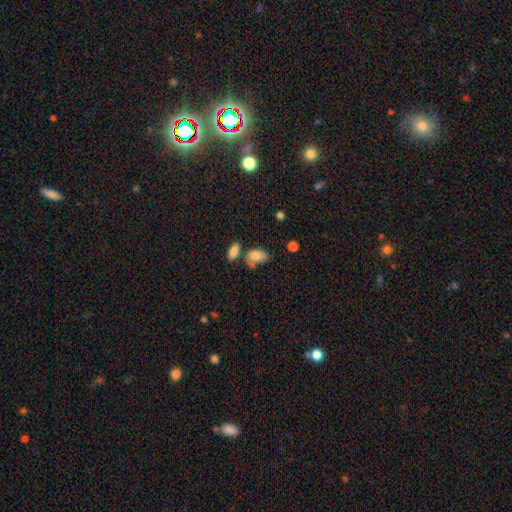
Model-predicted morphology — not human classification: This is clearly a smooth galaxy (83%). How rounded: clearly in between (90%). Merging: marginally none (41%).